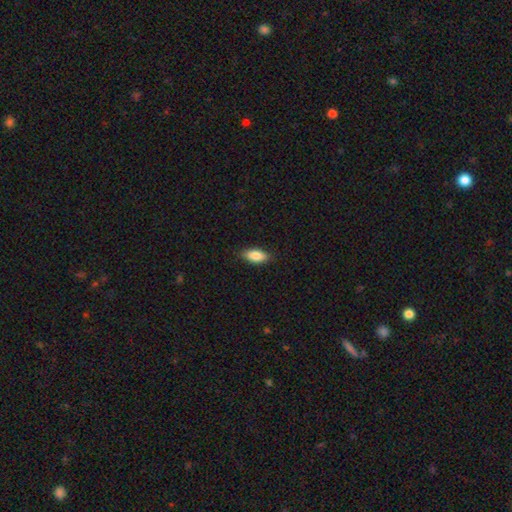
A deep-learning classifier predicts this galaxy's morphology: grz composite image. It shows a smooth galaxy with no disk features (84%) that is in between round and cigar-shaped (83%). Merging: none (87%).